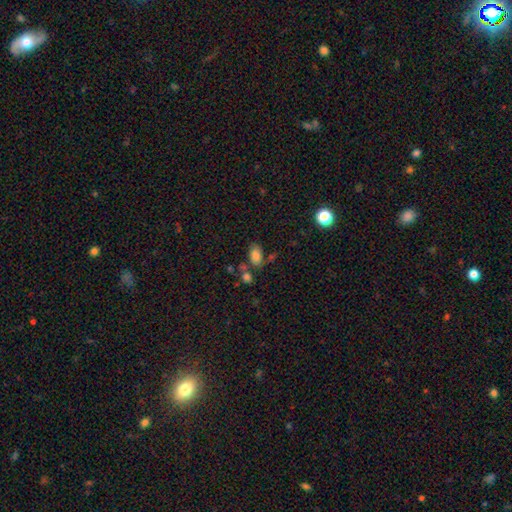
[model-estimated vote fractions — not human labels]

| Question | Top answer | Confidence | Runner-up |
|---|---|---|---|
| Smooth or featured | smooth | 77% | featured or disk (12%) |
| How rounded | in between | 88% | round (10%) |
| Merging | none | 56% | minor disturbance (19%) |